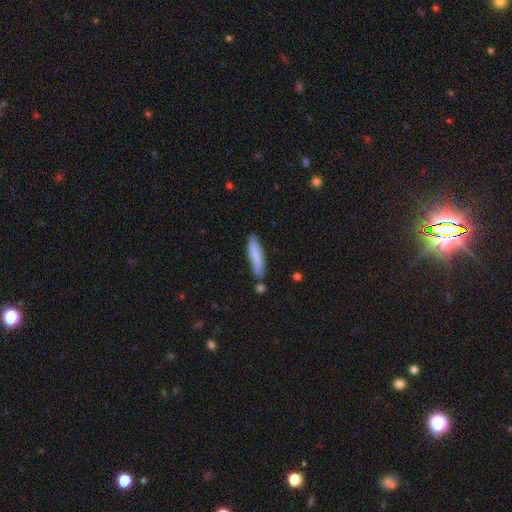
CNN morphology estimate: This appears to be a smooth galaxy with no disk features (78%) that is cigar-shaped (81%). Merging: none (77%).